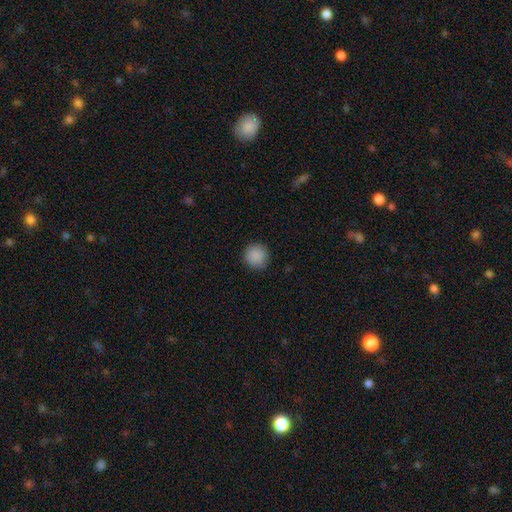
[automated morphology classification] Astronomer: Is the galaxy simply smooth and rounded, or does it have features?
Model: smooth — 89%.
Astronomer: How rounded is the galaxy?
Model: round — 94%.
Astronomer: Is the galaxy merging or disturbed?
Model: none — 88%.